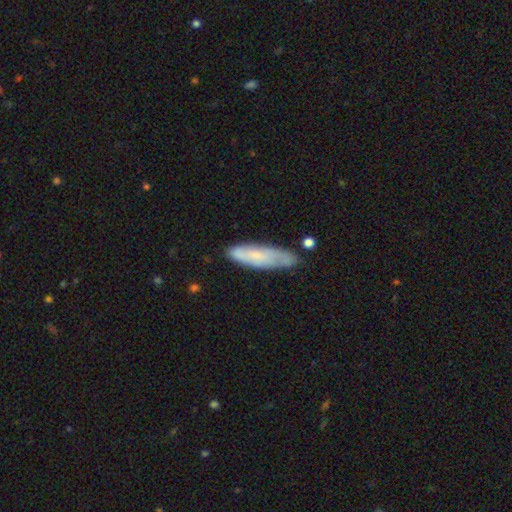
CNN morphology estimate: This is possibly a smooth galaxy (56%). How rounded: likely cigar-shaped (68%). Merging: likely none (68%).